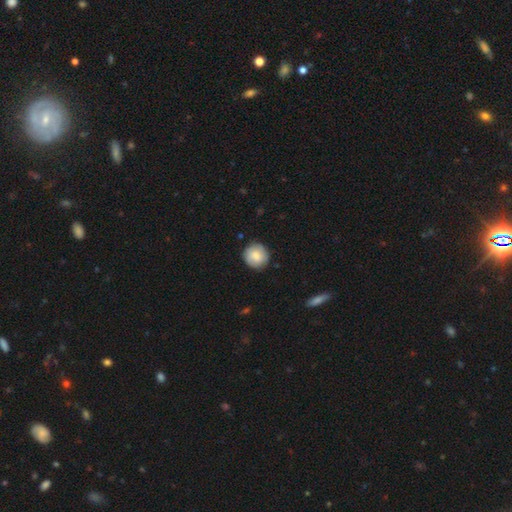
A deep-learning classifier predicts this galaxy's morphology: A smooth galaxy with no disk features (81%) that is round (92%).

Vote fractions:
- Smooth or featured? smooth: 81% / featured or disk: 12% / star or artifact: 7%
- How rounded? round: 92% / in between: 7% / cigar-shaped: 1%
- Merging? none: 86% / minor disturbance: 10% / major disturbance: 2% / merger: 1%